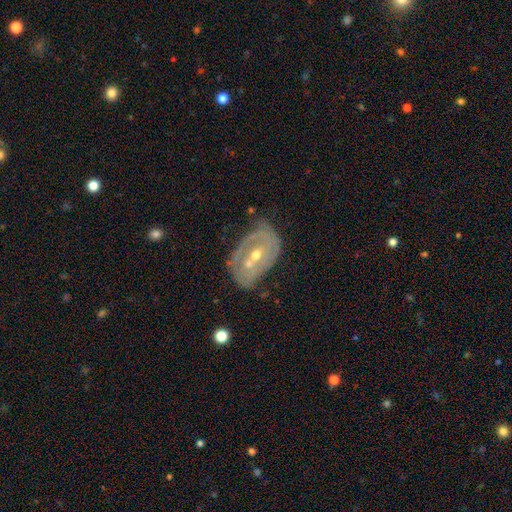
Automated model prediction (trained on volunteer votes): smooth-or-featured: featured or disk: 78% | smooth: 16% | star or artifact: 6%
  disk-edge-on: no: 95% | yes: 5%
    bar: no: 40% | weak: 39% | strong: 21%
    has-spiral-arms: yes: 65% | no: 35%
    bulge-size: moderate: 55% | small: 42% | large: 2% | none: 1% | dominant: 1%
  merging: none: 43% | minor disturbance: 24% | merger: 20% | major disturbance: 13%